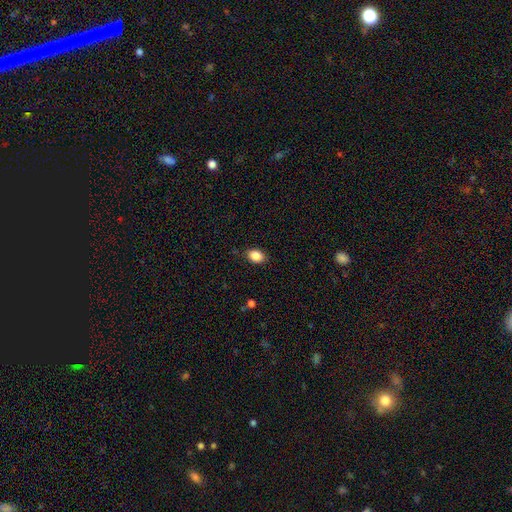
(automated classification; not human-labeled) Morphology: type=smooth (87%); roundness=in between (79%); merging=none (85%).